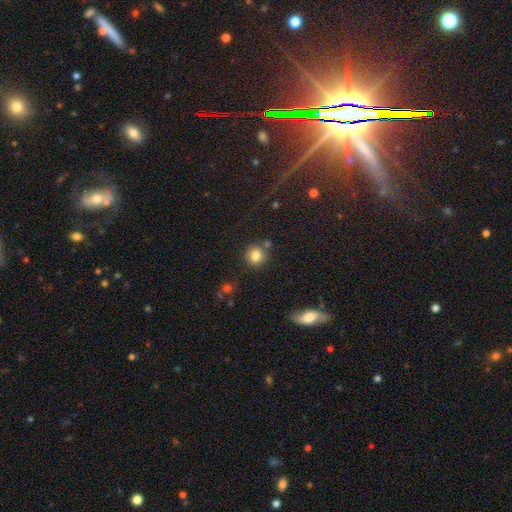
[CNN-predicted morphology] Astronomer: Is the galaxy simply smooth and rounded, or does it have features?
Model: smooth — 81%.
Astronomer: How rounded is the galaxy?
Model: round — 87%.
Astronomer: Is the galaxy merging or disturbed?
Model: none — 75%.